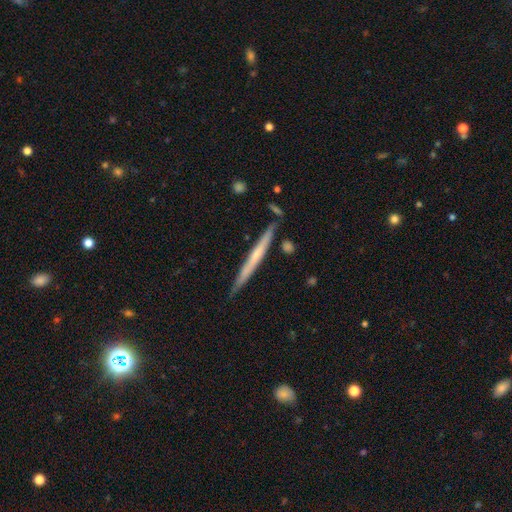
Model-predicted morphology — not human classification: Smooth or featured: featured or disk — 55% (smooth — 39%)
Edge-on disk: yes — 97% (no — 3%)
Edge-on bulge: none — 72% (rounded — 22%)
Merging: none — 85% (minor disturbance — 10%)